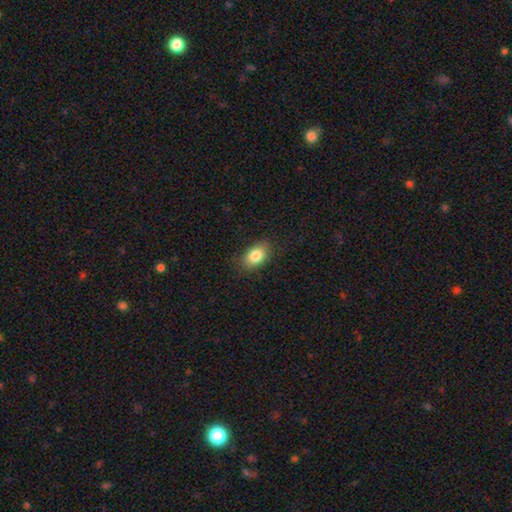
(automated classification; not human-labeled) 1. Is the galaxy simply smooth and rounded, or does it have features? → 83% smooth, 9% featured or disk, 8% star or artifact.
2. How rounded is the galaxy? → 86% in between, 12% round, 2% cigar-shaped.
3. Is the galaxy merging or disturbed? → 83% none, 12% minor disturbance, 3% major disturbance, 1% merger.